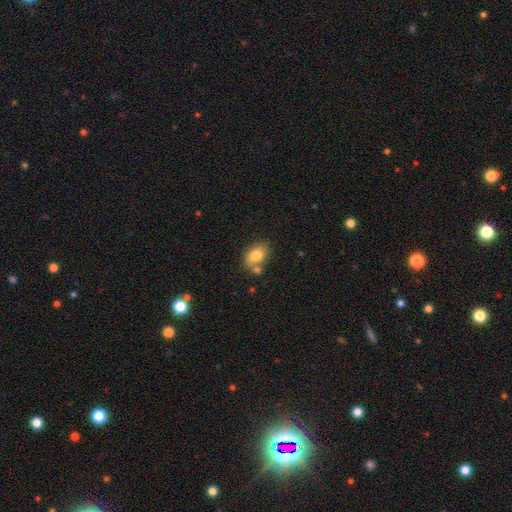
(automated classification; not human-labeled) Q: Smooth or featured?
A: smooth (79%); runner-up: featured or disk (13%)
Q: How rounded?
A: in between (76%); runner-up: round (22%)
Q: Merging?
A: none (56%); runner-up: merger (22%)